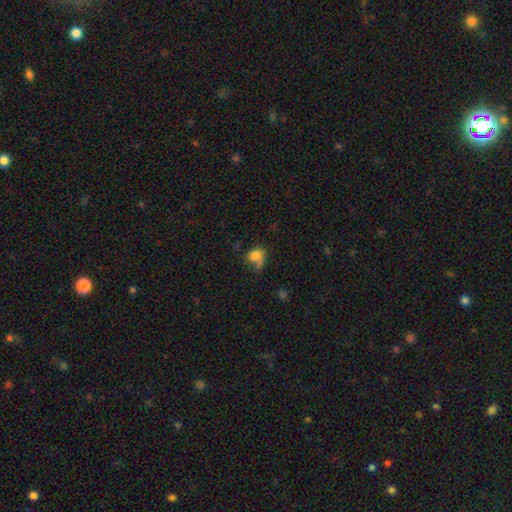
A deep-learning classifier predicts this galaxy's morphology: smooth_or_featured: smooth (p=0.77) [alt: featured or disk p=0.13]
how_rounded: round (p=0.60) [alt: in between p=0.38]
merging: none (p=0.37) [alt: minor disturbance p=0.31]